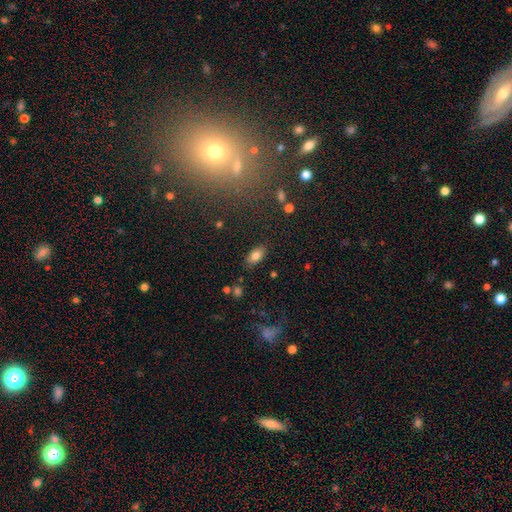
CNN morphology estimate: Smooth or featured: smooth — 82% (featured or disk — 9%)
How rounded: in between — 92% (round — 4%)
Merging: none — 85% (minor disturbance — 11%)